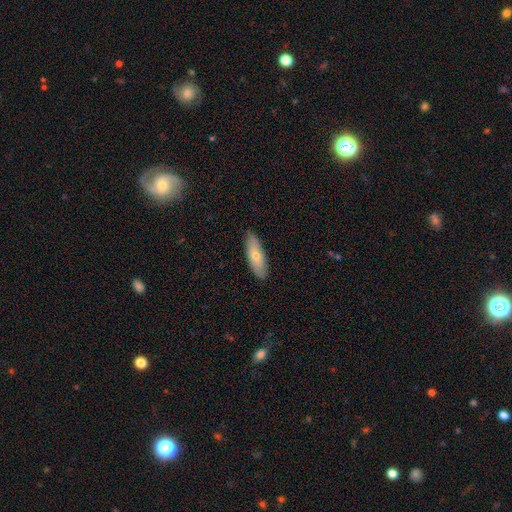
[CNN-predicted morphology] Smooth or featured: smooth — 63% (featured or disk — 31%)
How rounded: in between — 50% (cigar-shaped — 48%)
Merging: none — 88% (minor disturbance — 9%)